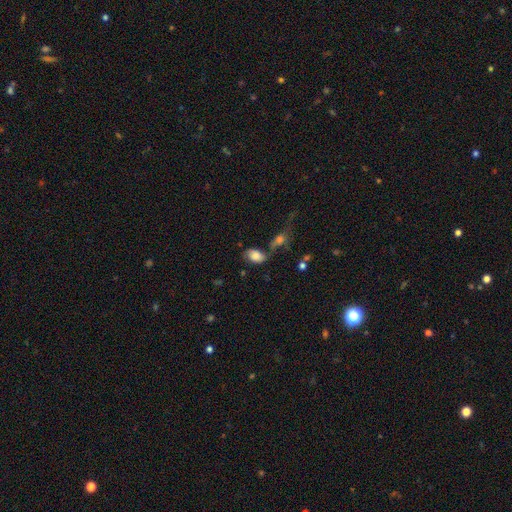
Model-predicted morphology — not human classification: This is likely a smooth galaxy (75%). How rounded: clearly in between (88%). Merging: possibly none (48%).